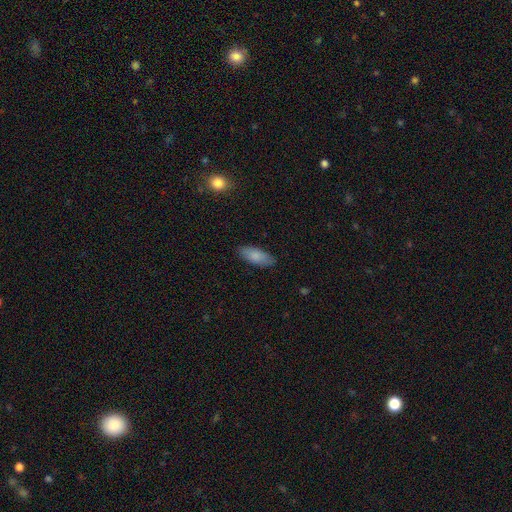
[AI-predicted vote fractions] A smooth galaxy with no disk features (84%) that is in between round and cigar-shaped (79%). Merging: none (86%).